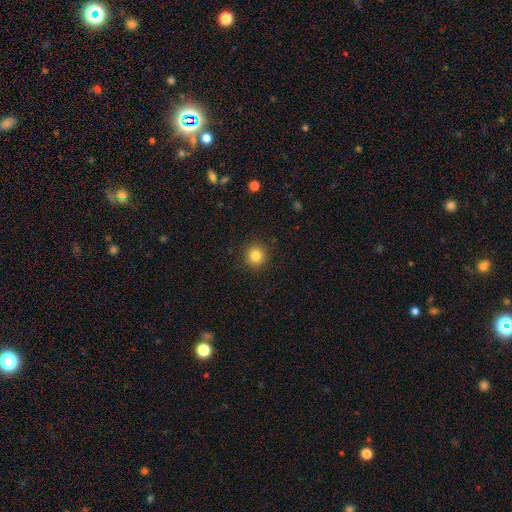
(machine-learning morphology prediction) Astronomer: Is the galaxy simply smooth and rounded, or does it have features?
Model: smooth — 83%.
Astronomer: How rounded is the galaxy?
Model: round — 92%.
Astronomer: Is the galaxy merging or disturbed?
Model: none — 91%.